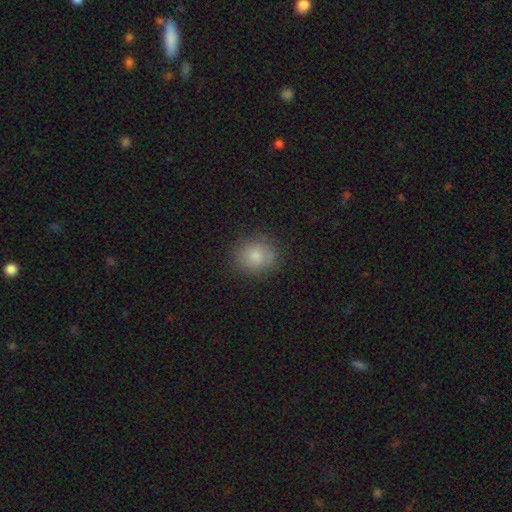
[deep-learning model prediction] The model was most divided on "how rounded": round: 79%, in between: 20%, cigar-shaped: 1%. More confident: merging — none (82%); smooth or featured — smooth (81%).